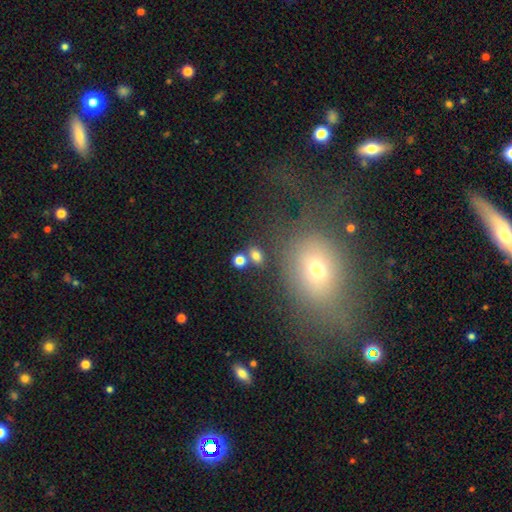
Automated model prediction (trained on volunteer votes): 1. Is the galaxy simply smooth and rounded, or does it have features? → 77% smooth, 13% star or artifact, 9% featured or disk.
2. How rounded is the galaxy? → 70% in between, 28% round, 3% cigar-shaped.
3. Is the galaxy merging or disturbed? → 68% none, 17% merger, 10% minor disturbance, 5% major disturbance.